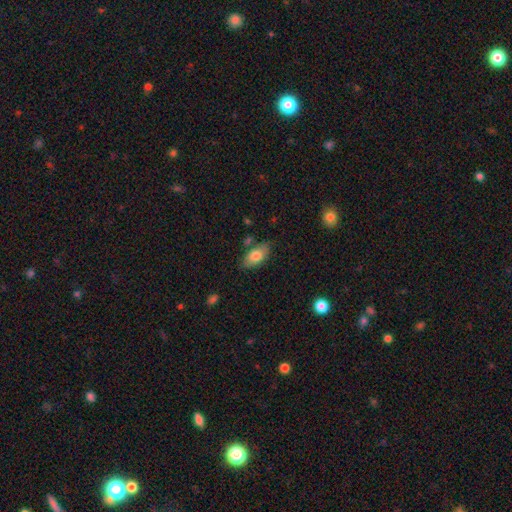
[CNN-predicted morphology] A smooth galaxy with no disk features (76%) that is in between round and cigar-shaped (91%).

Vote fractions:
- Smooth or featured? smooth: 76% / featured or disk: 17% / star or artifact: 7%
- How rounded? in between: 91% / cigar-shaped: 5% / round: 4%
- Merging? none: 72% / minor disturbance: 18% / merger: 6% / major disturbance: 4%